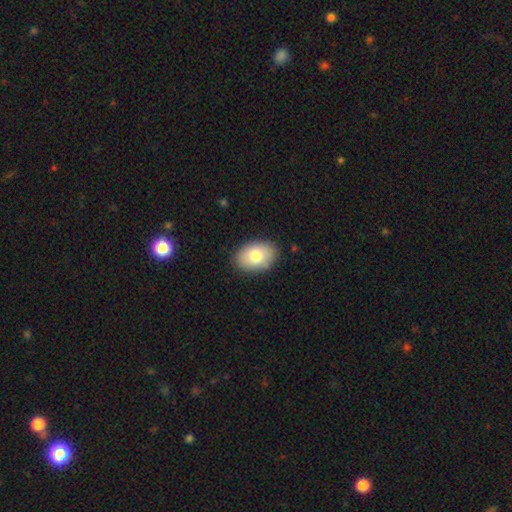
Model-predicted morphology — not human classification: Smooth or featured?
  - smooth: 79% *
  - featured or disk: 14%
  - star or artifact: 7%
How rounded?
  - in between: 85% *
  - round: 14%
  - cigar-shaped: 1%
Merging?
  - none: 87% *
  - minor disturbance: 10%
  - major disturbance: 2%
  - merger: 1%